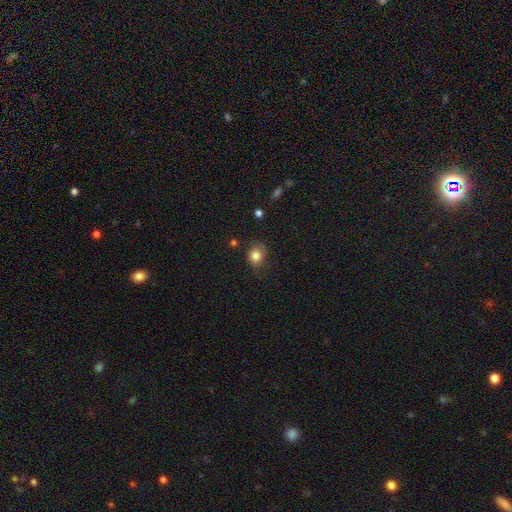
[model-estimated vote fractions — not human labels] smooth-or-featured: smooth: 81% | star or artifact: 10% | featured or disk: 8%
  how-rounded: round: 59% | in between: 40% | cigar-shaped: 1%
  merging: none: 66% | minor disturbance: 25% | major disturbance: 7% | merger: 2%